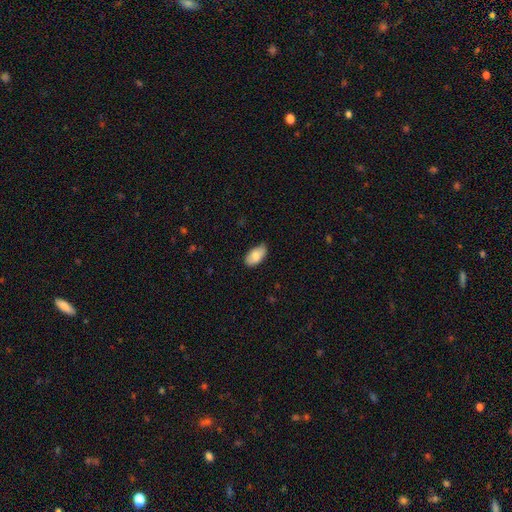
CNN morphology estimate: This appears to be a smooth galaxy with no disk features (83%) that is in between round and cigar-shaped (95%). Merging: none (76%).